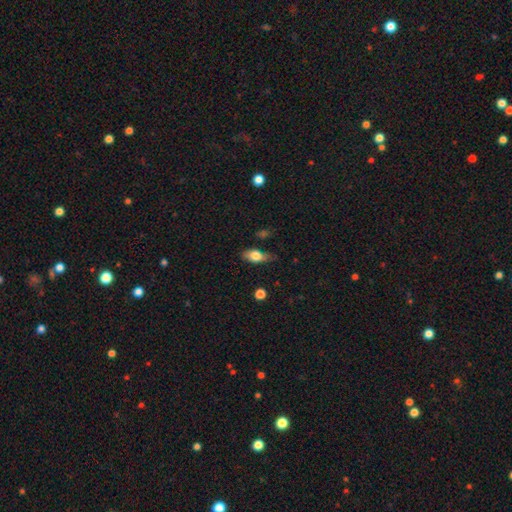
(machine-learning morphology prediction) The model was most divided on "merging": none: 61%, minor disturbance: 29%, major disturbance: 8%, merger: 2%. More confident: how rounded — in between (80%); smooth or featured — smooth (73%).